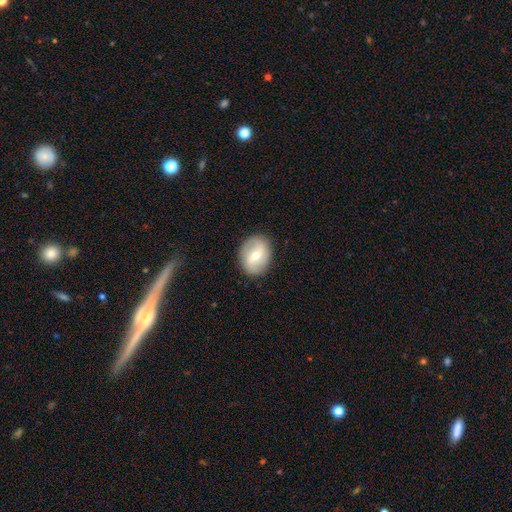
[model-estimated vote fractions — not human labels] A featured or disk galaxy (56%) with a weak bar (47%), spiral arms (76%) and a moderate central bulge (55%).

Vote fractions:
- Smooth or featured? featured or disk: 56% / smooth: 37% / star or artifact: 7%
- Edge-on disk? no: 95% / yes: 5%
- Bar? weak: 47% / no: 30% / strong: 23%
- Spiral arms? yes: 76% / no: 24%
- Bulge size? moderate: 55% / small: 40% / large: 2% / none: 1% / dominant: 1%
- Merging? none: 86% / minor disturbance: 10% / major disturbance: 3% / merger: 1%